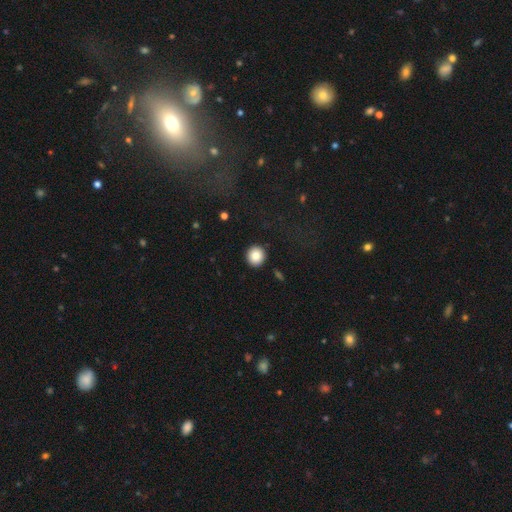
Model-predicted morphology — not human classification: Smooth or featured: smooth — 84% (star or artifact — 9%)
How rounded: round — 94% (in between — 5%)
Merging: none — 92% (minor disturbance — 5%)